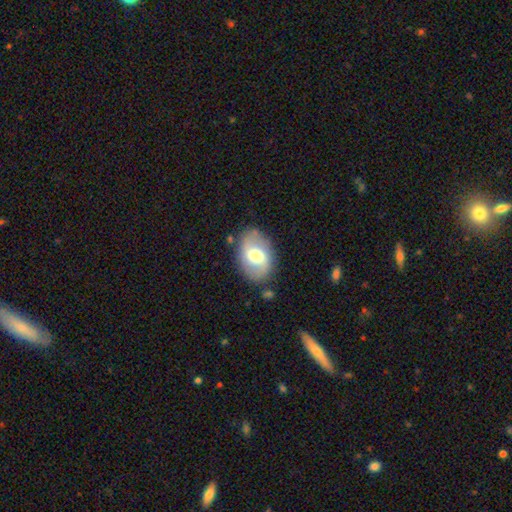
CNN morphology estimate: A smooth galaxy with no disk features (50%). Merging: none (78%).